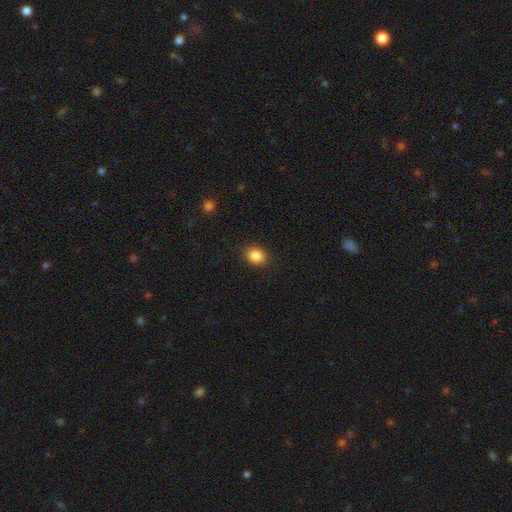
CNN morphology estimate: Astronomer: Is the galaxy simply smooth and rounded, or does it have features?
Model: smooth — 86%.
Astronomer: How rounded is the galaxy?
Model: in between — 50% (runner-up: round, 49%).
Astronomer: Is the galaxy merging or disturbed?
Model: none — 89%.